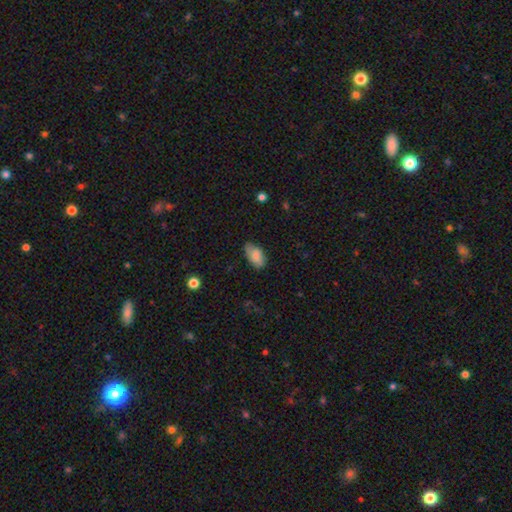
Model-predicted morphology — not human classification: Smooth or featured? smooth (82%)
How rounded? in between (94%)
Merging? none (72%)